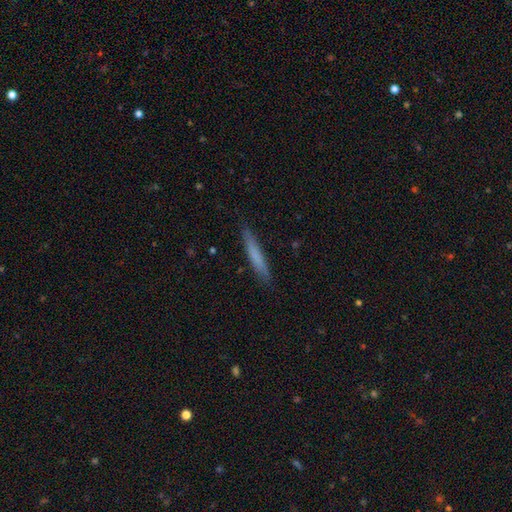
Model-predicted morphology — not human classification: type=smooth (70%); roundness=cigar-shaped (95%); merging=none (87%).